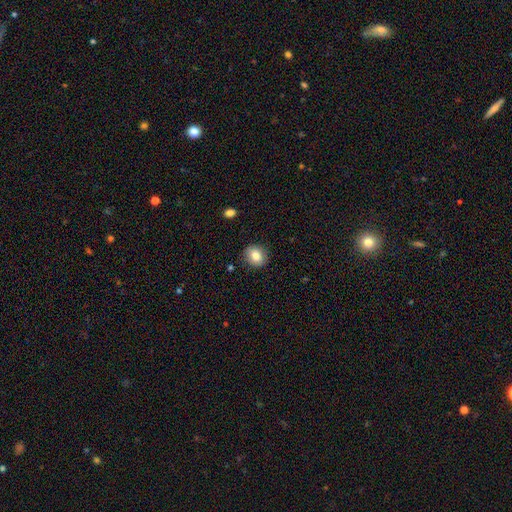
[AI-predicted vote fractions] This is clearly a smooth galaxy (82%). How rounded: likely round (75%). Merging: clearly none (88%).